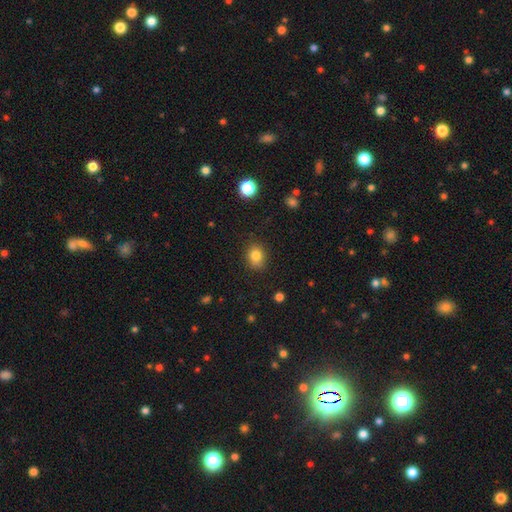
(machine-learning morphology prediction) smooth_or_featured: smooth (p=0.82) [alt: star or artifact p=0.11]
how_rounded: round (p=0.56) [alt: in between p=0.43]
merging: none (p=0.83) [alt: minor disturbance p=0.13]